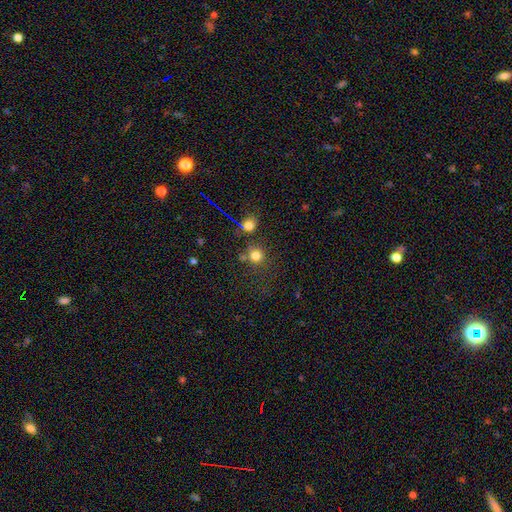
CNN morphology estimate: Overall: smooth (76%). How rounded: round (90%). Merging: none (68%).